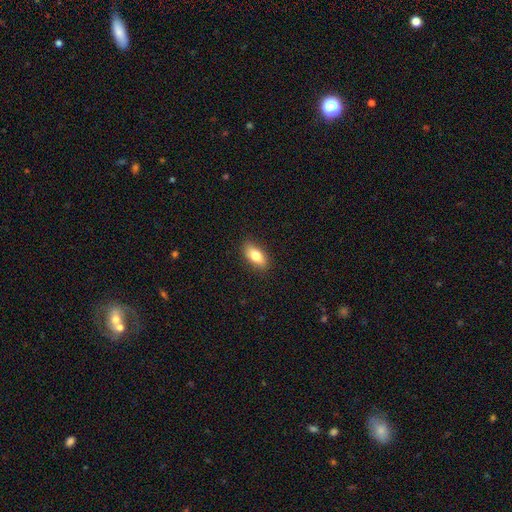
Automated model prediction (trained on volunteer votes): Q: Smooth or featured?
A: smooth (79%); runner-up: featured or disk (14%)
Q: How rounded?
A: in between (86%); runner-up: cigar-shaped (9%)
Q: Merging?
A: none (88%); runner-up: minor disturbance (9%)